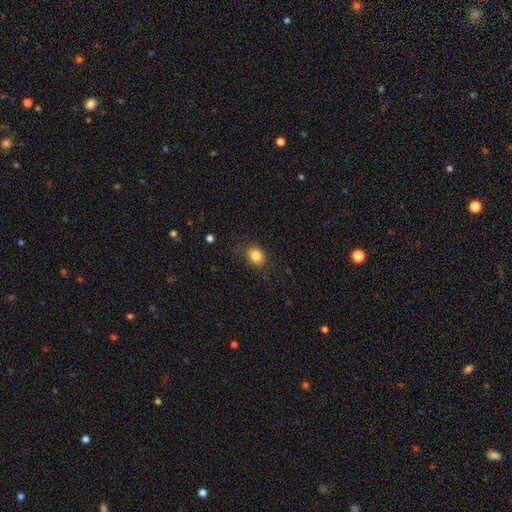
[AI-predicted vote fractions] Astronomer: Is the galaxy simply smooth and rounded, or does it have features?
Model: smooth — 83%.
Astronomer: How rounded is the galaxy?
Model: round — 55% (runner-up: in between, 44%).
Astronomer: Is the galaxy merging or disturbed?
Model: none — 81%.